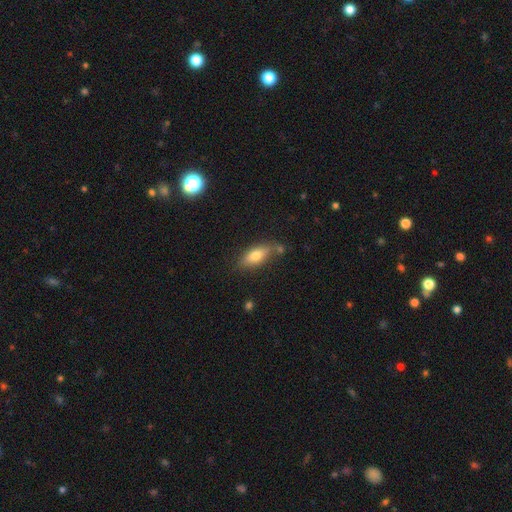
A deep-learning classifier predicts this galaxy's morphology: smooth 72%, featured or disk 20%, star or artifact 8%. Down the decision tree: how rounded — in between (76%); merging — none (68%).